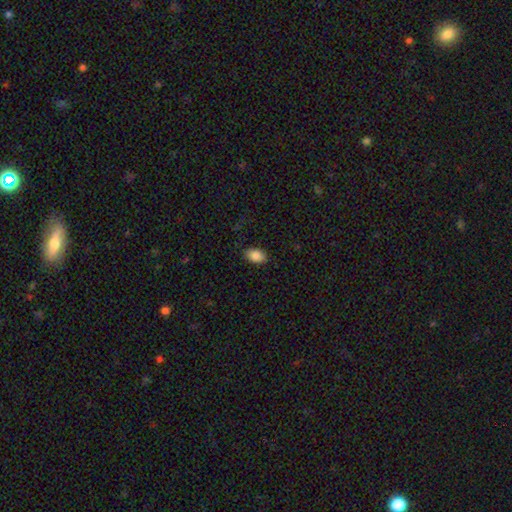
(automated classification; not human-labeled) A smooth galaxy with no disk features (87%) that is in between round and cigar-shaped (87%). Merging: none (86%).